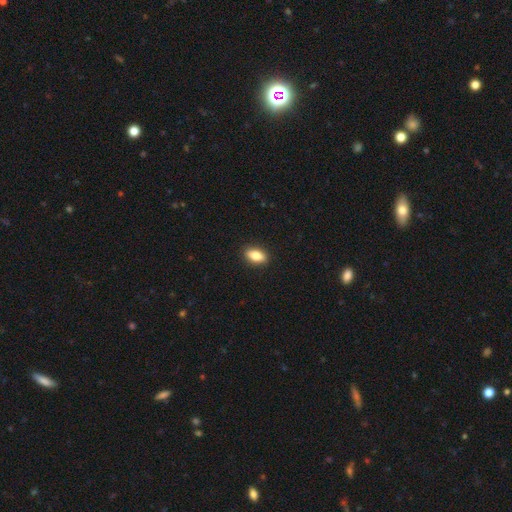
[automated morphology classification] A smooth galaxy with no disk features (82%) that is in between round and cigar-shaped (86%). Merging: none (90%).